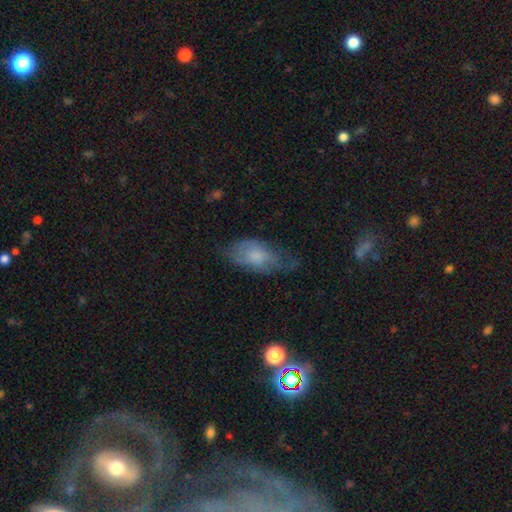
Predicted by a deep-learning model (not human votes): A smooth galaxy with no disk features (60%) that is in between round and cigar-shaped (90%).

Vote fractions:
- Smooth or featured? smooth: 60% / featured or disk: 32% / star or artifact: 8%
- How rounded? in between: 90% / cigar-shaped: 6% / round: 5%
- Merging? none: 46% / minor disturbance: 32% / major disturbance: 20% / merger: 2%